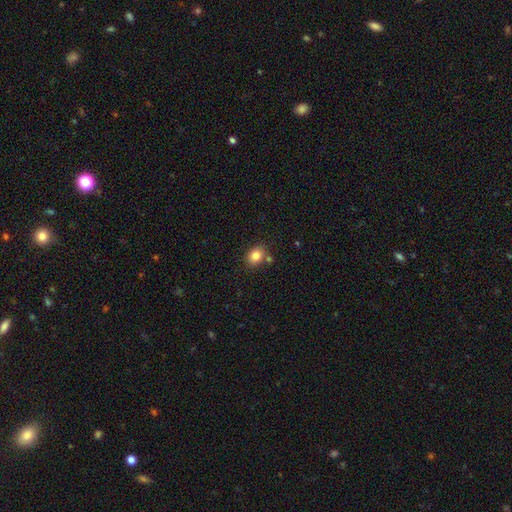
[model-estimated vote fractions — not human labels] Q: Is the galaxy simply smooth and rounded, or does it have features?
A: smooth — 82%.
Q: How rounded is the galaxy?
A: in between — 56%.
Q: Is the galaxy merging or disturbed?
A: none — 77%.